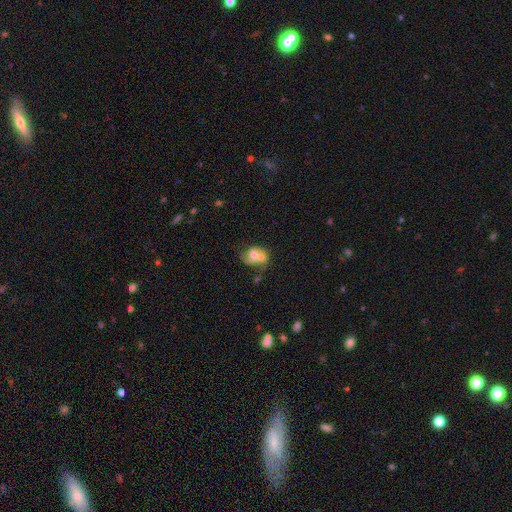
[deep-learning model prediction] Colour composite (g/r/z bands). It shows a featured or disk galaxy (47%). Merging: merger (57%).